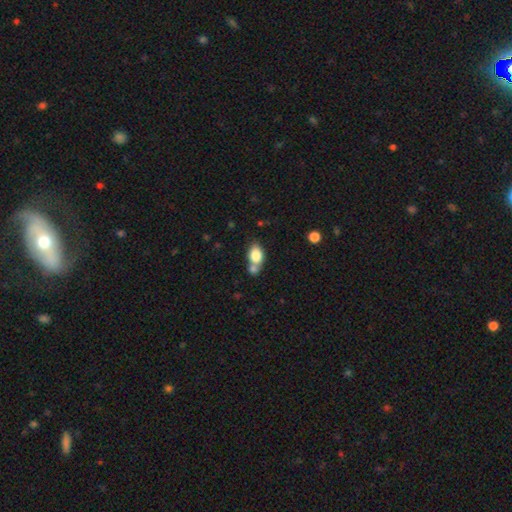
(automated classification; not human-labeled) smooth_or_featured: smooth (p=0.80) [alt: featured or disk p=0.12]
how_rounded: in between (p=0.78) [alt: round p=0.19]
merging: merger (p=0.41) [tied with: none p=0.41]